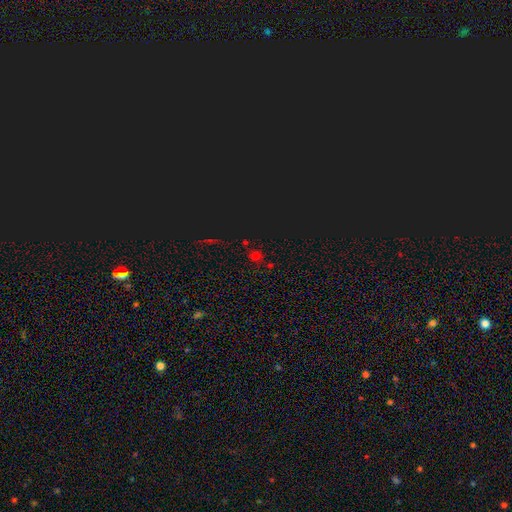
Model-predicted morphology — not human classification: smooth_or_featured: star or artifact (p=0.50) [alt: smooth p=0.43]